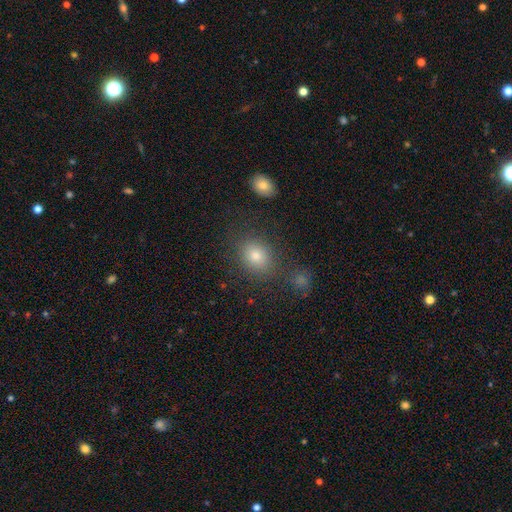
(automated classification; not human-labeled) This is likely a smooth galaxy (78%). How rounded: possibly round (50%). Merging: likely none (77%).